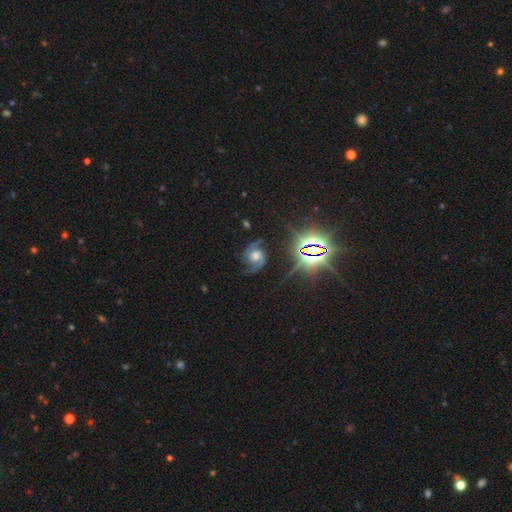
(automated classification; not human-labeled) The model was most divided on "bulge size": moderate: 54%, large: 22%, small: 15%, none: 6%, dominant: 3%. More confident: spiral arms — yes (97%); edge-on disk — no (97%); spiral arm count — 2 (89%); smooth or featured — featured or disk (78%); merging — none (72%); bar — no (64%); spiral winding — medium (55%).